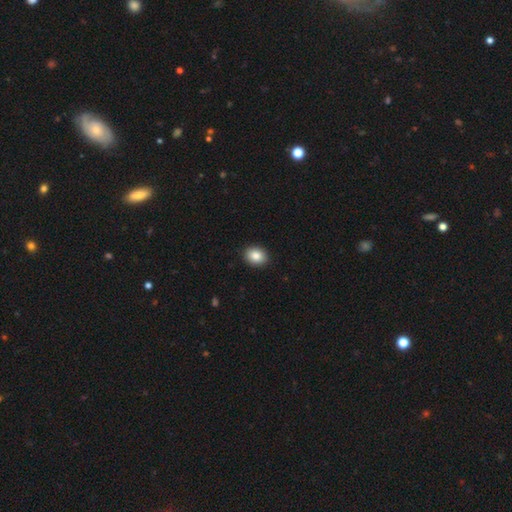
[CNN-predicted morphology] Smooth or featured? smooth (87%)
How rounded? in between (54%)
Merging? none (91%)